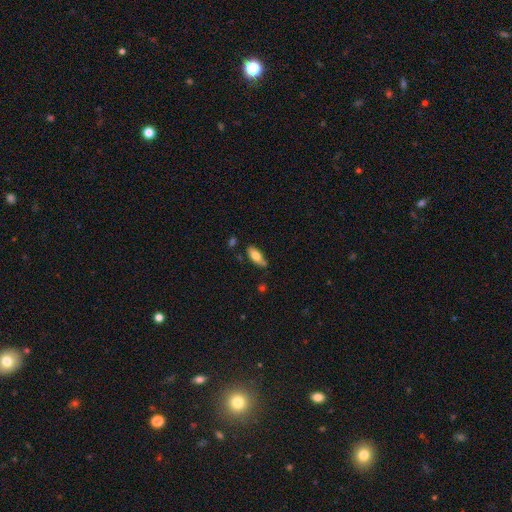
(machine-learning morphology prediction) type=smooth (72%); roundness=in between (77%); merging=none (69%).